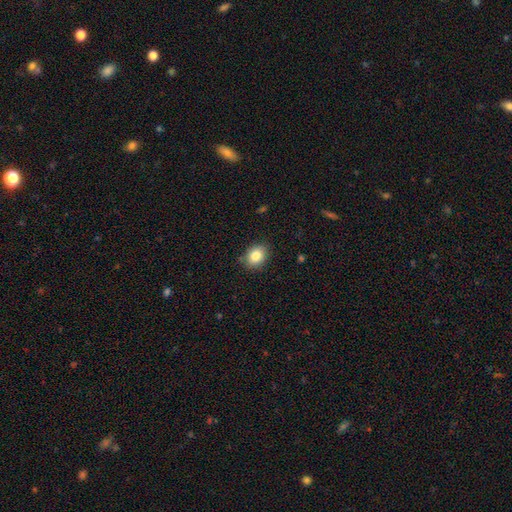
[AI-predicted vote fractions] The model was most divided on "how rounded": in between: 59%, round: 40%, cigar-shaped: 1%. More confident: smooth or featured — smooth (84%); merging — none (83%).